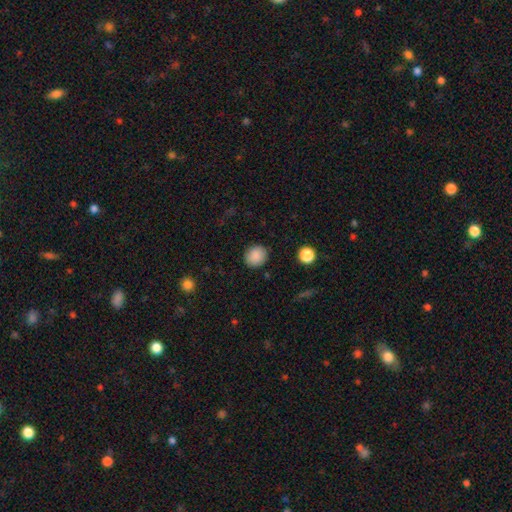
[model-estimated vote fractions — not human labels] Morphology: type=smooth (88%); roundness=round (80%); merging=none (88%).